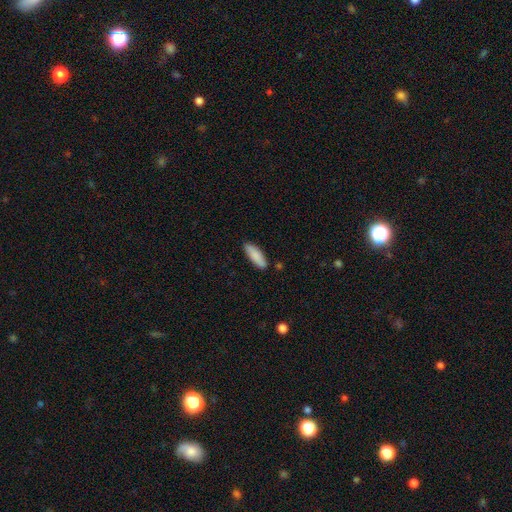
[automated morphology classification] A smooth galaxy with no disk features (87%) that is in between round and cigar-shaped (55%). Merging: none (85%).